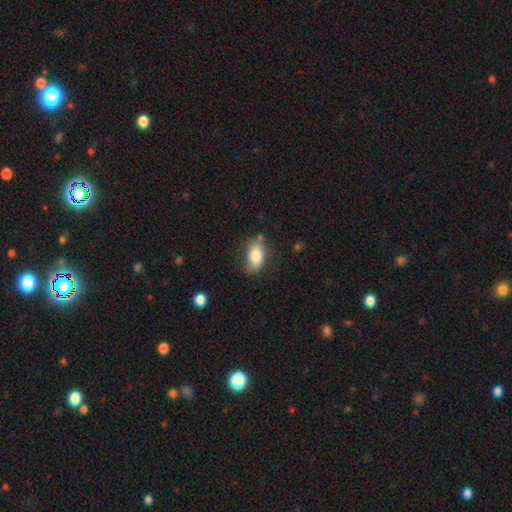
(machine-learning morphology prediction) This appears to be a smooth galaxy with no disk features (80%) that is in between round and cigar-shaped (87%). Merging: none (64%).